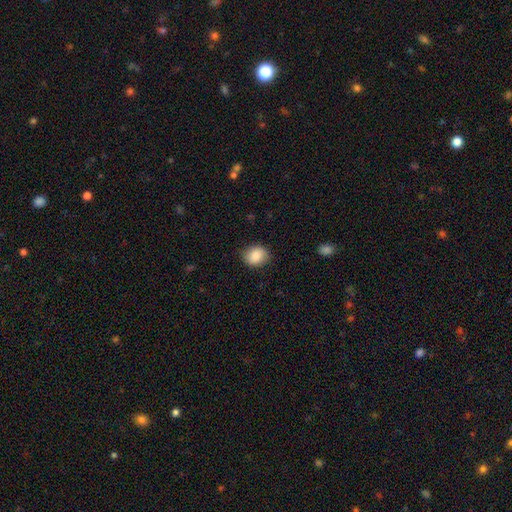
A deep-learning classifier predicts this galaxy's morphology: smooth-or-featured: smooth: 87% | star or artifact: 8% | featured or disk: 6%
  how-rounded: round: 61% | in between: 38% | cigar-shaped: 1%
  merging: none: 84% | minor disturbance: 12% | major disturbance: 3% | merger: 1%